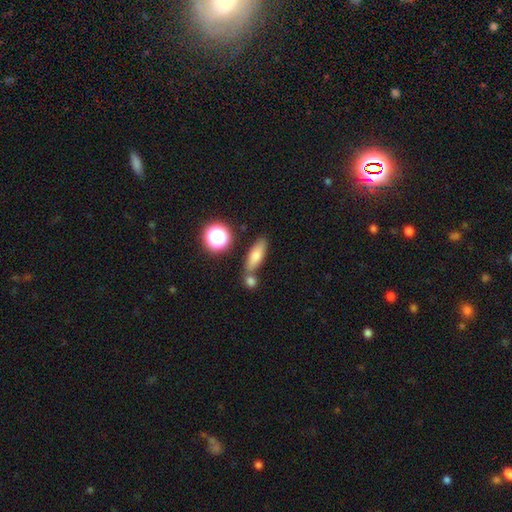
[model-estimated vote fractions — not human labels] smooth 71%, featured or disk 16%, star or artifact 13%. Down the decision tree: how rounded — in between (51%); merging — none (67%).